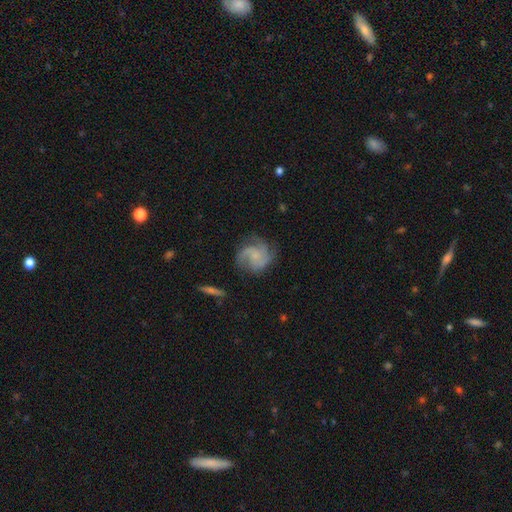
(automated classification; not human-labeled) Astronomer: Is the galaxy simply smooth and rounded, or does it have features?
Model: featured or disk — 81%.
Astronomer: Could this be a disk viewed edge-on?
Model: no — 98%.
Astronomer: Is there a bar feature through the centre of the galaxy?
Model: no — 71%.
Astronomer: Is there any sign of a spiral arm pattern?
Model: yes — 96%.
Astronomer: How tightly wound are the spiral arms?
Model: medium — 49% (runner-up: tight, 34%).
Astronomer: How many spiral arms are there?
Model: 3 — 52%.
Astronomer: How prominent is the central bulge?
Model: small — 58%.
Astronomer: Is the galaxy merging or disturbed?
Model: none — 70%.